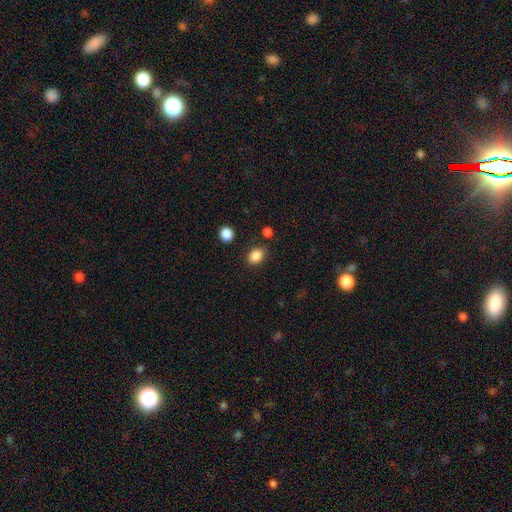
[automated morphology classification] This appears to be a smooth galaxy with no disk features (86%) that is in between round and cigar-shaped (68%). Merging: none (80%).